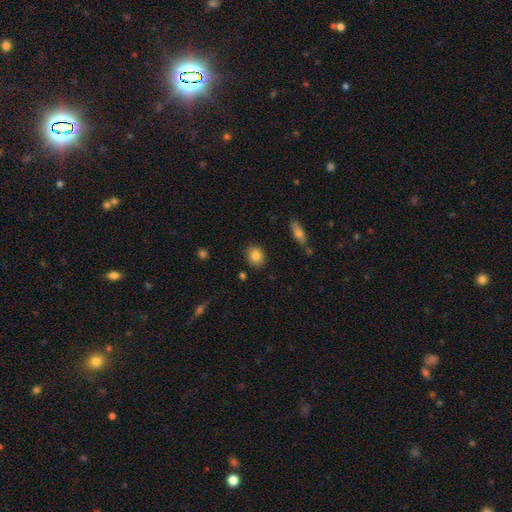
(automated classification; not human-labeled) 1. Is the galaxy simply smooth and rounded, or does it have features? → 82% smooth, 9% featured or disk, 9% star or artifact.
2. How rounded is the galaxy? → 64% round, 35% in between, 2% cigar-shaped.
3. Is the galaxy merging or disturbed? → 85% none, 10% minor disturbance, 2% merger, 2% major disturbance.